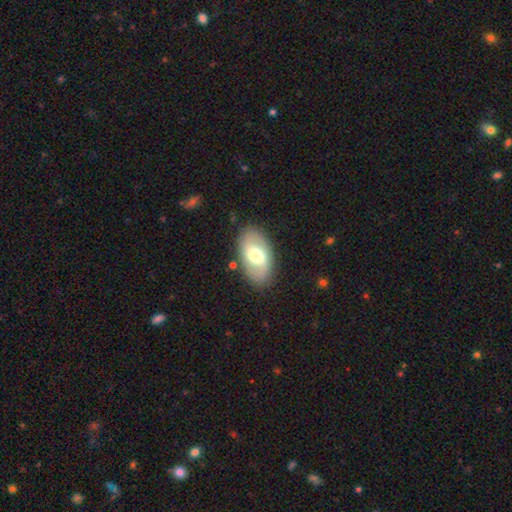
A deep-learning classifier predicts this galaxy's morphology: Smooth or featured? Predicted: smooth (p=0.47, tied with featured or disk). Merging? Predicted: none (p=0.83).